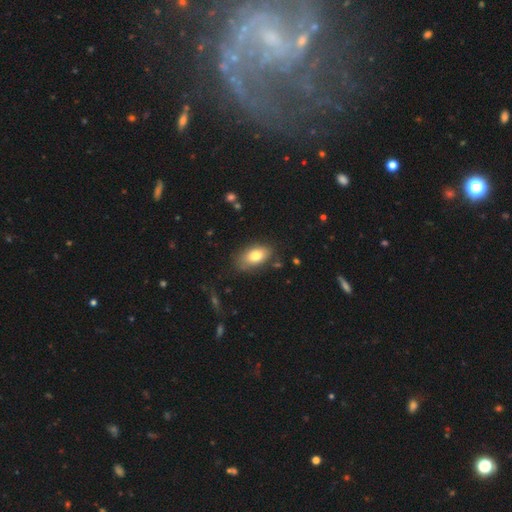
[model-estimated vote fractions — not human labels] This appears to be a smooth galaxy with no disk features (78%) that is in between round and cigar-shaped (91%). Merging: none (78%).